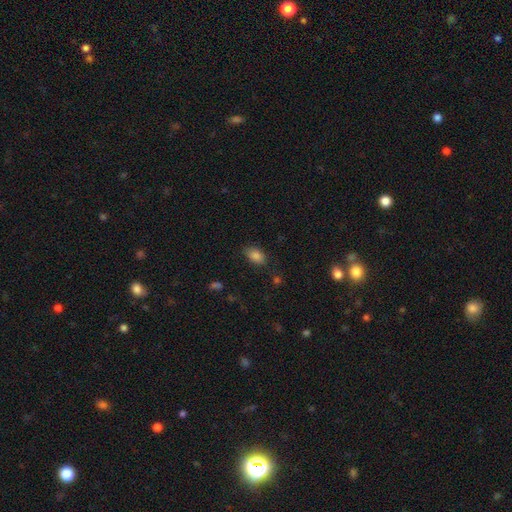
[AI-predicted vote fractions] Q: Smooth or featured?
A: smooth (85%); runner-up: star or artifact (10%)
Q: How rounded?
A: in between (90%); runner-up: round (8%)
Q: Merging?
A: none (78%); runner-up: minor disturbance (16%)